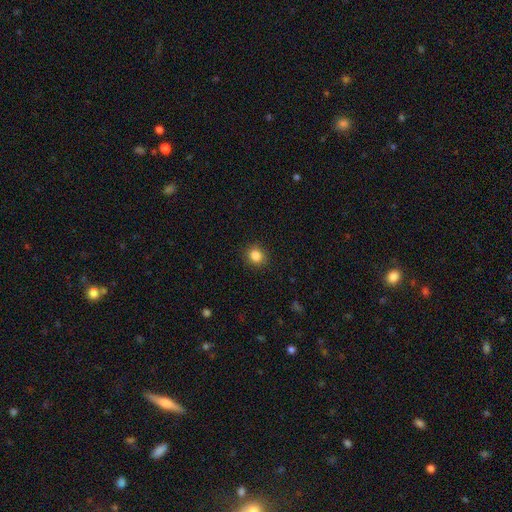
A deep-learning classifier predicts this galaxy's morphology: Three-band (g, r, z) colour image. It shows a smooth galaxy with no disk features (85%) that is round (83%). Merging: none (90%).